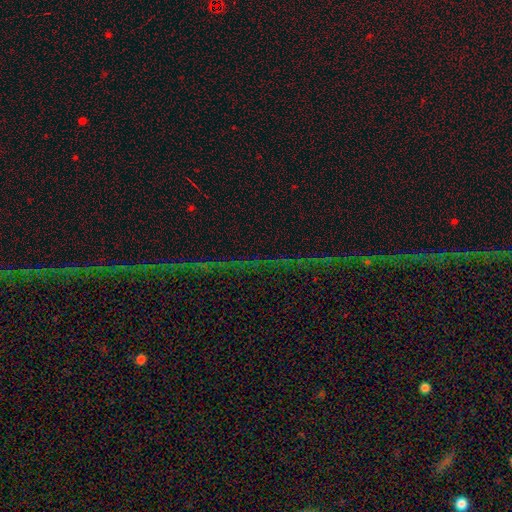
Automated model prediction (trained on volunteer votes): Smooth or featured?
  - star or artifact: 77% *
  - featured or disk: 12%
  - smooth: 11%